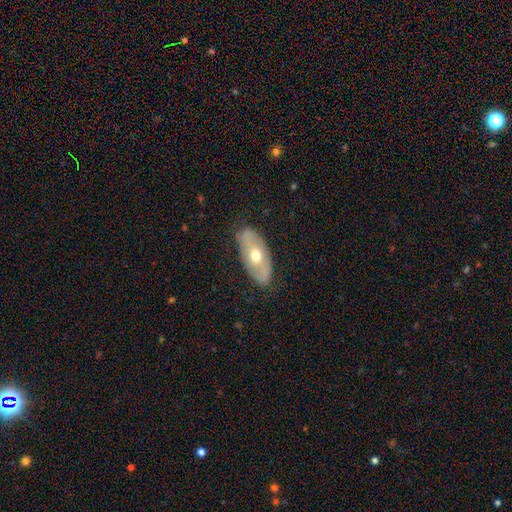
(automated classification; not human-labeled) smooth_or_featured: smooth (p=0.48) [alt: featured or disk p=0.46]
merging: none (p=0.78) [alt: minor disturbance p=0.17]